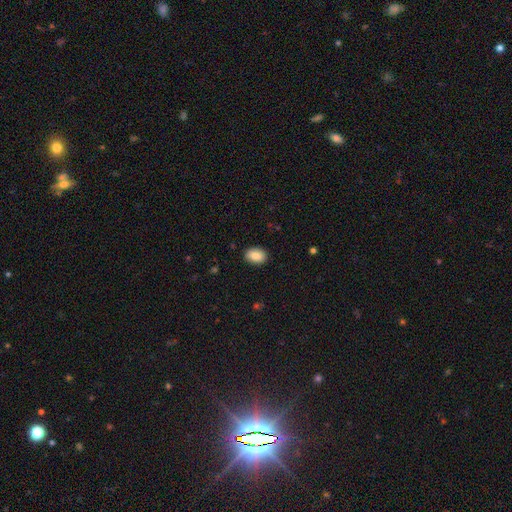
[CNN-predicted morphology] smooth 87%, star or artifact 7%, featured or disk 5%. Down the decision tree: how rounded — in between (82%); merging — none (89%).